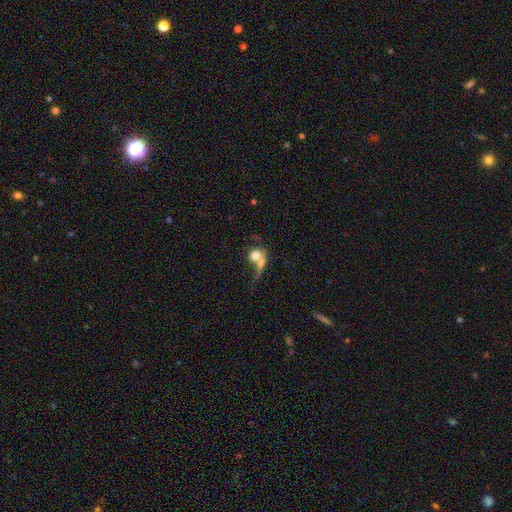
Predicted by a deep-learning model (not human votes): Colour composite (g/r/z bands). It shows a smooth galaxy with no disk features (67%) that is round (61%). Merging: merger (56%).